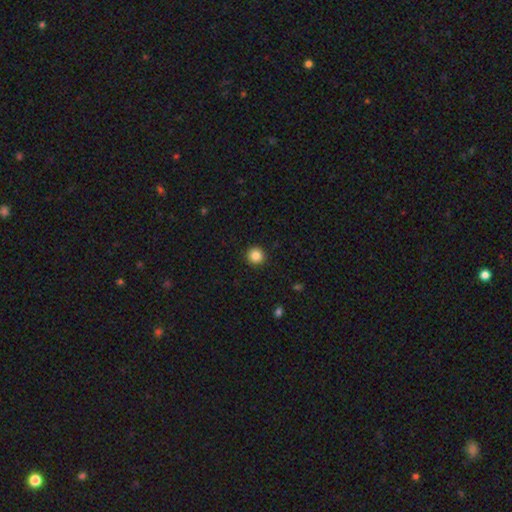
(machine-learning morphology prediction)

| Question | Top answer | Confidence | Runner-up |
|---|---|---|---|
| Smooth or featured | smooth | 86% | star or artifact (10%) |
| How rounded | round | 95% | in between (4%) |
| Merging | none | 92% | minor disturbance (5%) |